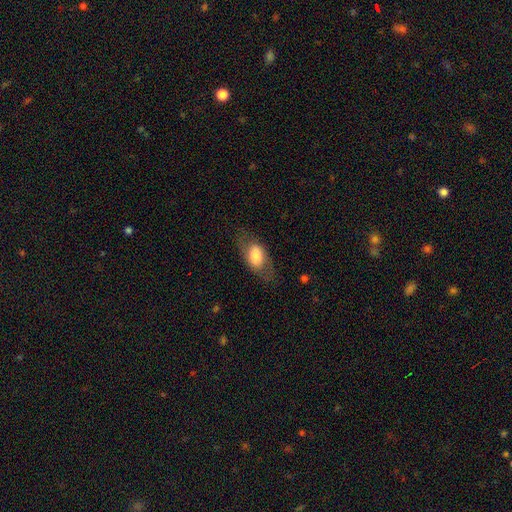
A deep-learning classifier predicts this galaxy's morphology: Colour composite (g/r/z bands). It shows a smooth galaxy with no disk features (63%) that is in between round and cigar-shaped (87%). Merging: none (70%).